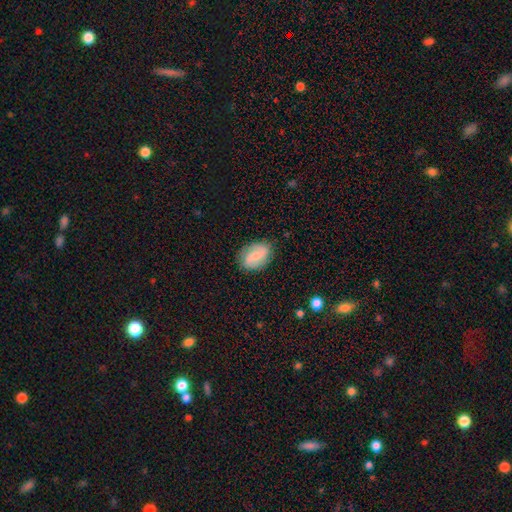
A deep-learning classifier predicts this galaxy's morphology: Smooth or featured?
  - featured or disk: 53% *
  - smooth: 39%
  - star or artifact: 7%
Edge-on disk?
  - no: 97% *
  - yes: 3%
Bar?
  - weak: 47% *
  - no: 37%
  - strong: 15%
Spiral arms?
  - yes: 90% *
  - no: 10%
Bulge size?
  - small: 48% *
  - moderate: 35%
  - none: 13%
  - large: 4%
  - dominant: 1%
Merging?
  - none: 82% *
  - minor disturbance: 14%
  - major disturbance: 4%
  - merger: 1%